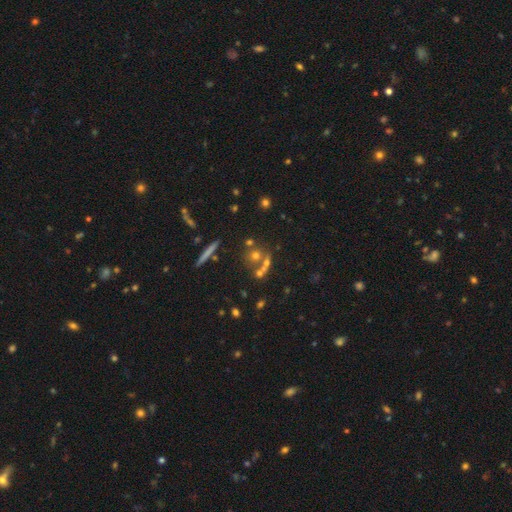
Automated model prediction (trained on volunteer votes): A smooth galaxy with no disk features (42%). Merging: none (49%).